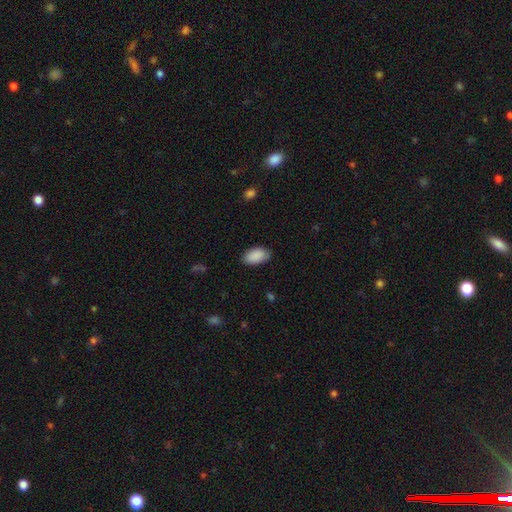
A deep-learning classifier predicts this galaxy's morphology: This is clearly a smooth galaxy (90%). How rounded: clearly in between (94%). Merging: clearly none (83%).